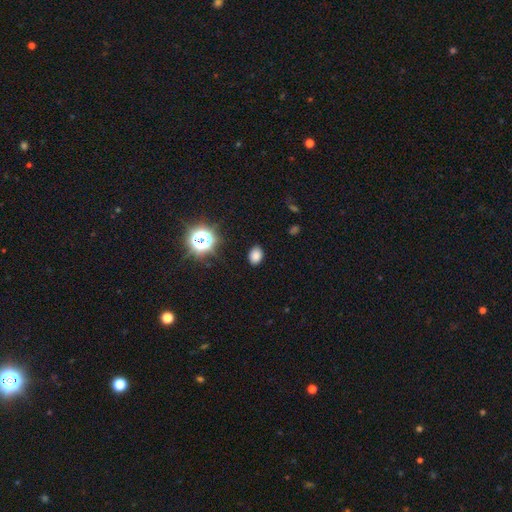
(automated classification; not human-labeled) Smooth or featured?
  - smooth: 79% *
  - star or artifact: 17%
  - featured or disk: 5%
How rounded?
  - in between: 72% *
  - round: 26%
  - cigar-shaped: 1%
Merging?
  - none: 87% *
  - minor disturbance: 9%
  - major disturbance: 3%
  - merger: 1%